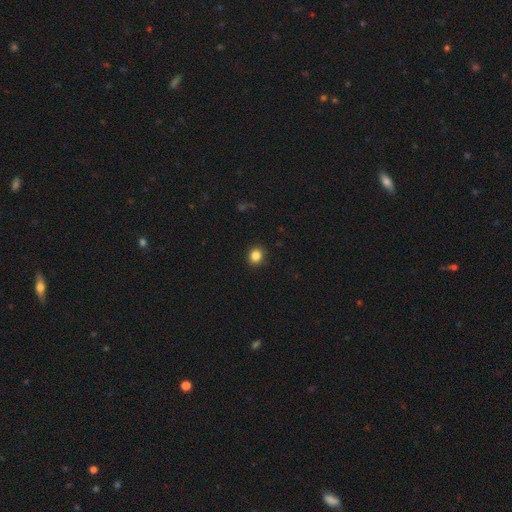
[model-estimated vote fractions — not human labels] A smooth galaxy with no disk features (85%) that is round (69%). Merging: none (91%).